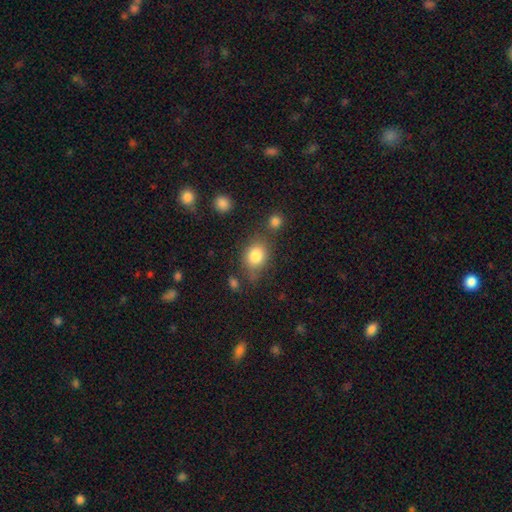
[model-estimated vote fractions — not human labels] smooth_or_featured: smooth (p=0.82) [alt: star or artifact p=0.09]
how_rounded: in between (p=0.55) [alt: round p=0.44]
merging: none (p=0.64) [alt: minor disturbance p=0.18]